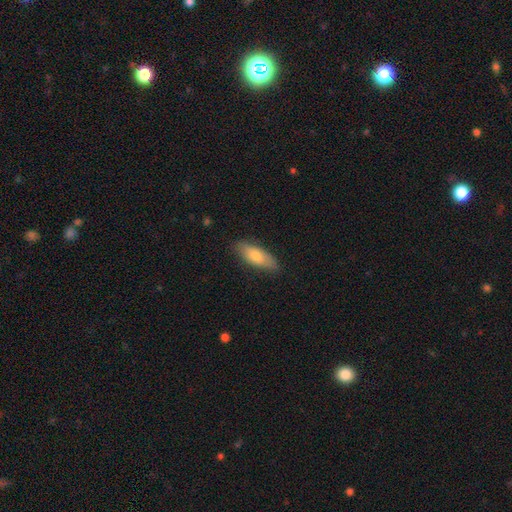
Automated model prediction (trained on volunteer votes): Overall: smooth (71%). How rounded: in between (64%; cigar-shaped 33%). Merging: none (83%).